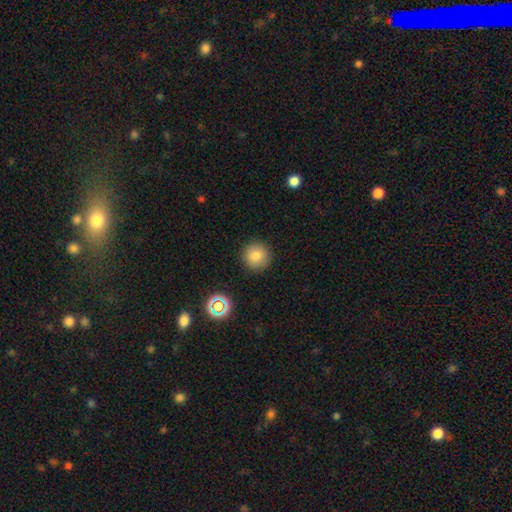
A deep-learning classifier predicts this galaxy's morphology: Overall: smooth (81%). How rounded: round (95%). Merging: none (90%).